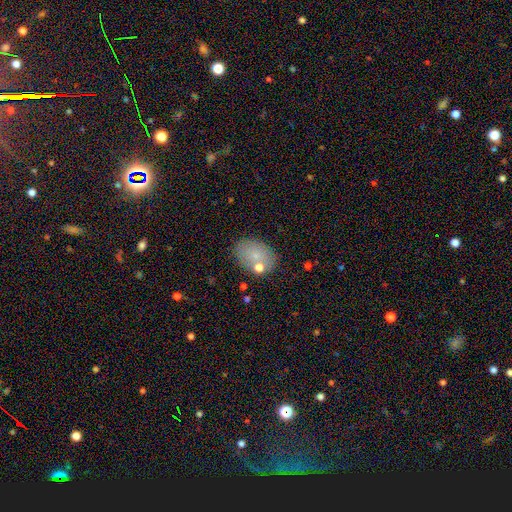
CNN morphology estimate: Smooth or featured? smooth (76%)
How rounded? in between (80%)
Merging? none (76%)